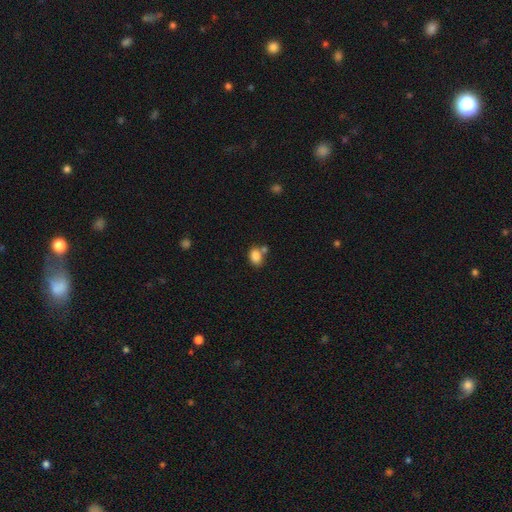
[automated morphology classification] A smooth galaxy with no disk features (85%) that is in between round and cigar-shaped (75%).

Vote fractions:
- Smooth or featured? smooth: 85% / star or artifact: 9% / featured or disk: 5%
- How rounded? in between: 75% / round: 23% / cigar-shaped: 1%
- Merging? none: 57% / merger: 25% / minor disturbance: 13% / major disturbance: 4%